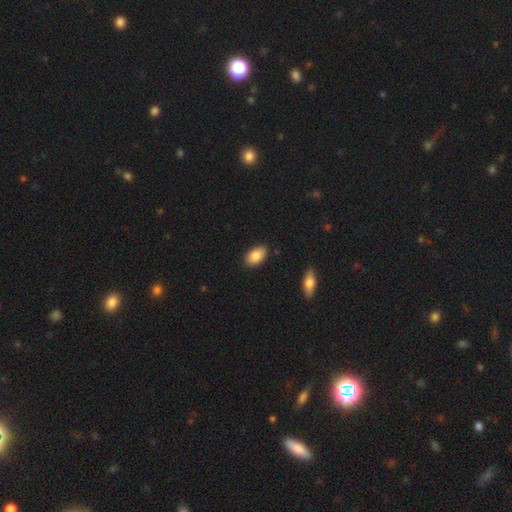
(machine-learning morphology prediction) smooth_or_featured: smooth (p=0.85) [alt: featured or disk p=0.08]
how_rounded: in between (p=0.94) [alt: round p=0.05]
merging: none (p=0.88) [alt: minor disturbance p=0.09]